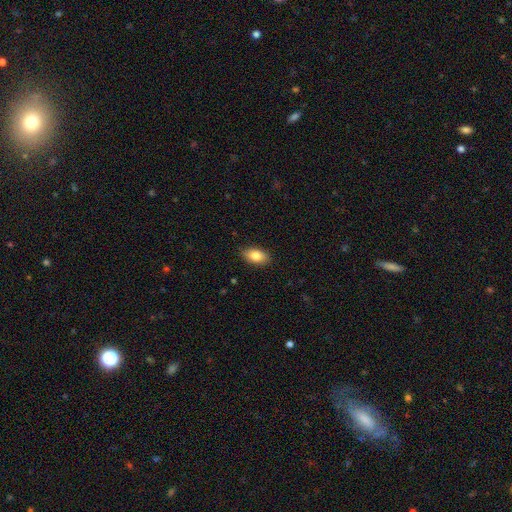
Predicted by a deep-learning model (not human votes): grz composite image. It shows a smooth galaxy with no disk features (84%) that is in between round and cigar-shaped (92%). Merging: none (87%).